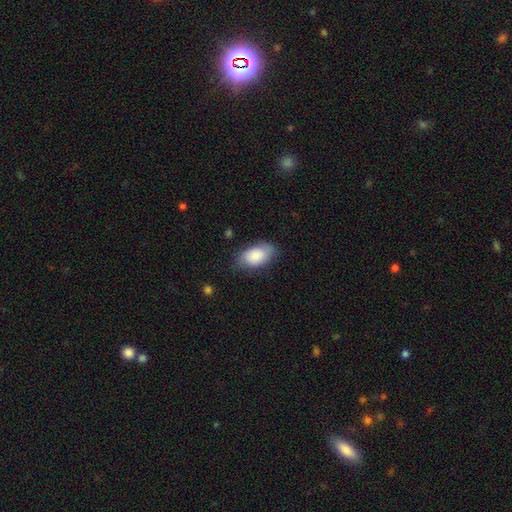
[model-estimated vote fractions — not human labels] Smooth or featured: smooth — 85% (featured or disk — 8%)
How rounded: in between — 93% (round — 5%)
Merging: none — 73% (minor disturbance — 21%)